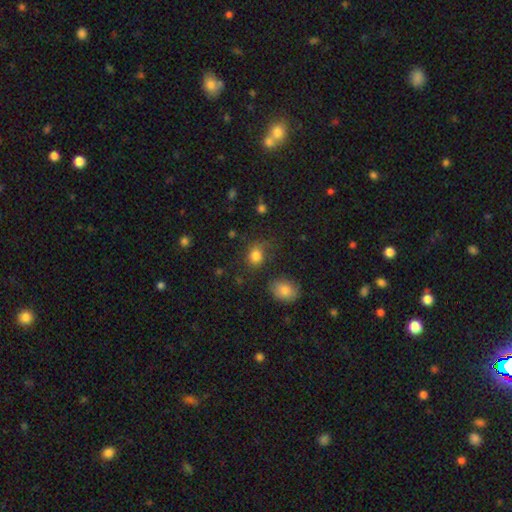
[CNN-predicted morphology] Q: Smooth or featured?
A: smooth (83%); runner-up: star or artifact (11%)
Q: How rounded?
A: round (62%); runner-up: in between (37%)
Q: Merging?
A: none (66%); runner-up: minor disturbance (20%)